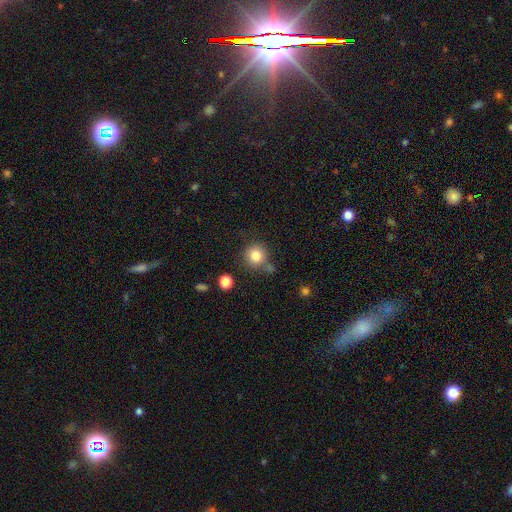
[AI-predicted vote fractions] Morphology: type=smooth (83%); roundness=round (92%); merging=none (75%).